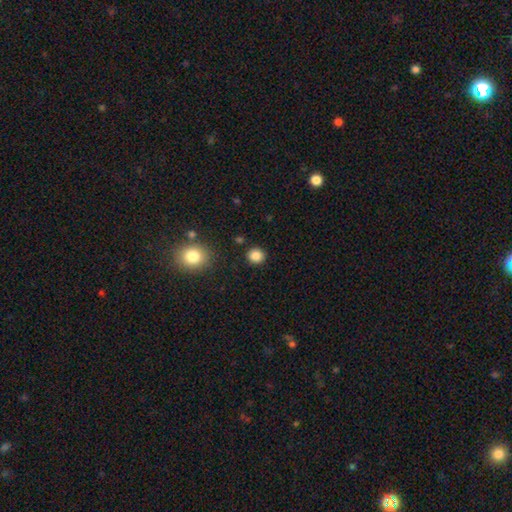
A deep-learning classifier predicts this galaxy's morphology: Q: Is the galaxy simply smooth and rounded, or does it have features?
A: smooth — 85%.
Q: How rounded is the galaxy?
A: round — 91%.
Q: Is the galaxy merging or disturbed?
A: none — 90%.